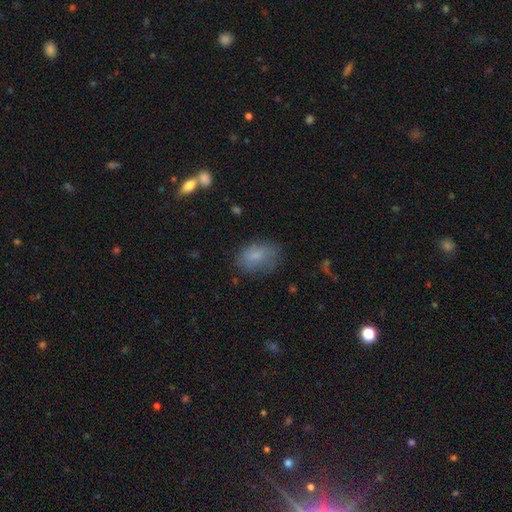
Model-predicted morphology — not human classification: Smooth or featured? smooth (77%)
How rounded? in between (80%)
Merging? none (67%)